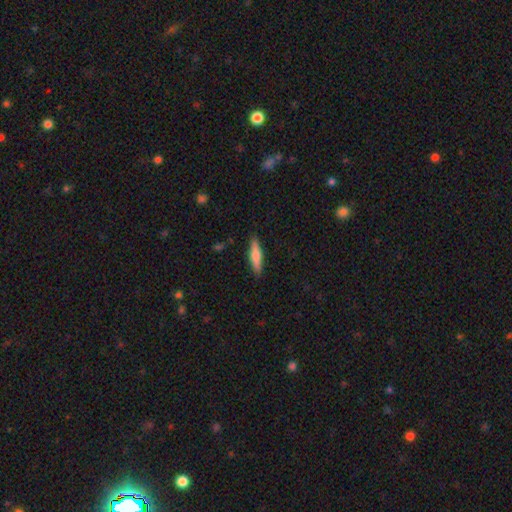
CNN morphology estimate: The model was most divided on "smooth or featured": smooth: 68%, featured or disk: 26%, star or artifact: 6%. More confident: merging — none (88%); how rounded — cigar-shaped (78%).